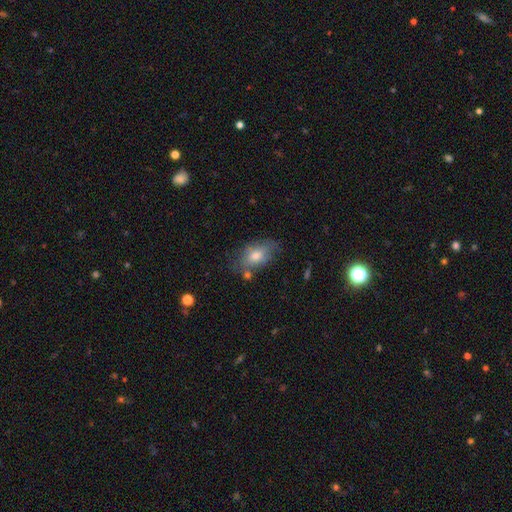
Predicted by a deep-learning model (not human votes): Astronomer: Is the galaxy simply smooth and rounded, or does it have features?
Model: smooth — 65%.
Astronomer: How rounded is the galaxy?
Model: in between — 87%.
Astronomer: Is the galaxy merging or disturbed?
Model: none — 59%.